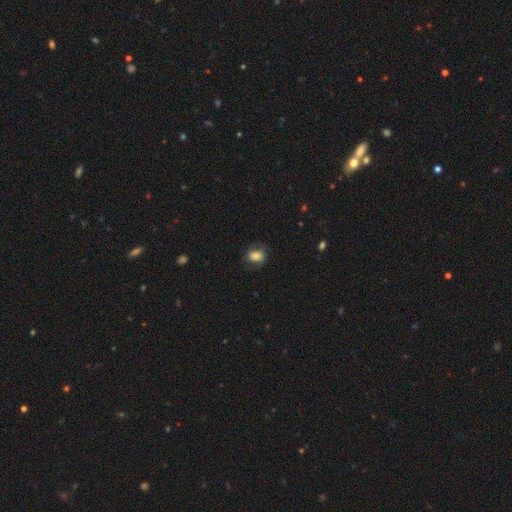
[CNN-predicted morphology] smooth 62%, featured or disk 28%, star or artifact 10%. Down the decision tree: how rounded — in between (54%); merging — none (68%).